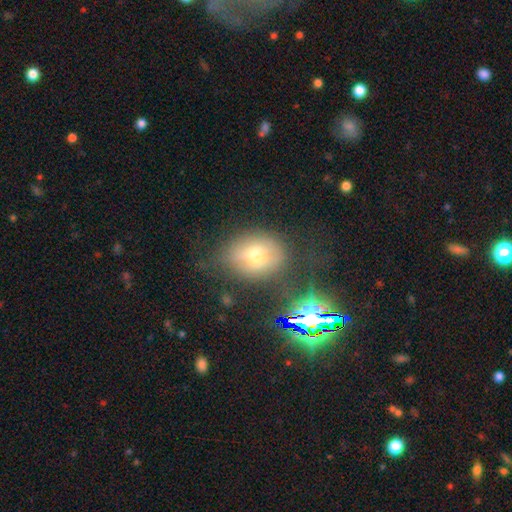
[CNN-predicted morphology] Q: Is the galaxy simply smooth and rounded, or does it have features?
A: smooth — 53%.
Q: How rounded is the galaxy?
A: in between — 54%.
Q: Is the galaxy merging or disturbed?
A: none — 65%.